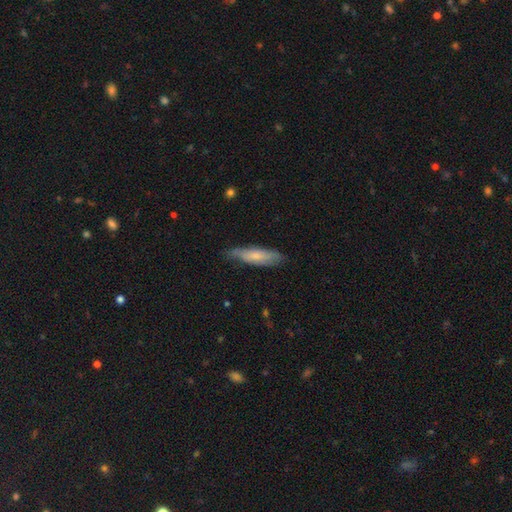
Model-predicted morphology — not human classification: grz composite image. It shows a smooth galaxy with no disk features (64%) that is cigar-shaped (67%). Merging: none (69%).